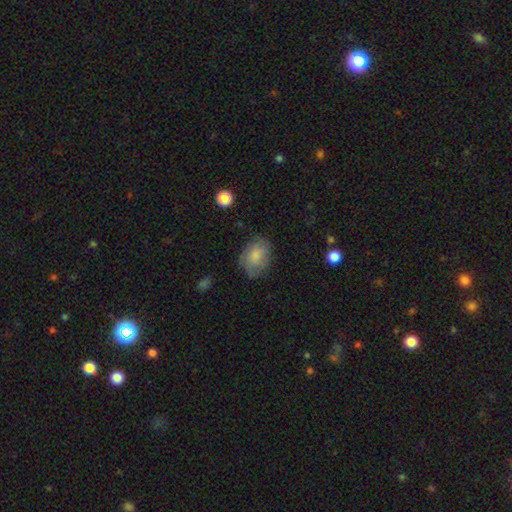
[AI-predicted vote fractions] Smooth or featured? Predicted: smooth (p=0.73). How rounded? Predicted: in between (p=0.65). Merging? Predicted: none (p=0.69).